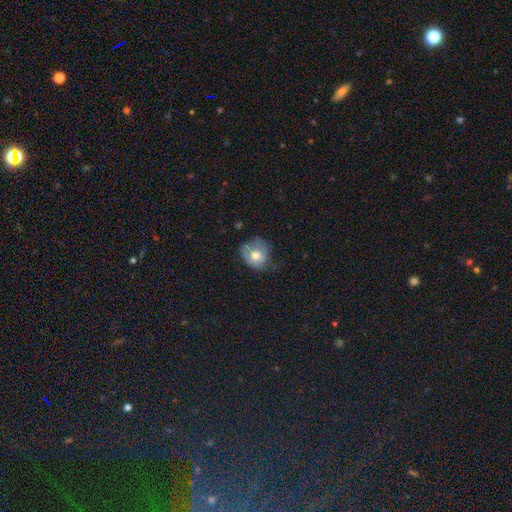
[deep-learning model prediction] A smooth galaxy with no disk features (64%) that is round (69%). Merging: none (47%).